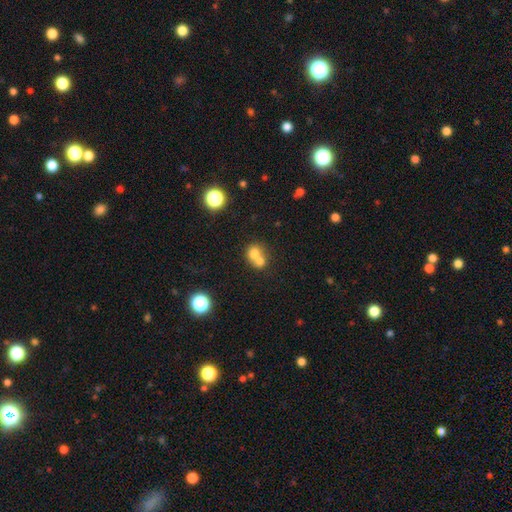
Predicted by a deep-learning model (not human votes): This appears to be a smooth galaxy with no disk features (69%) that is round (74%). Merging: merger (66%).